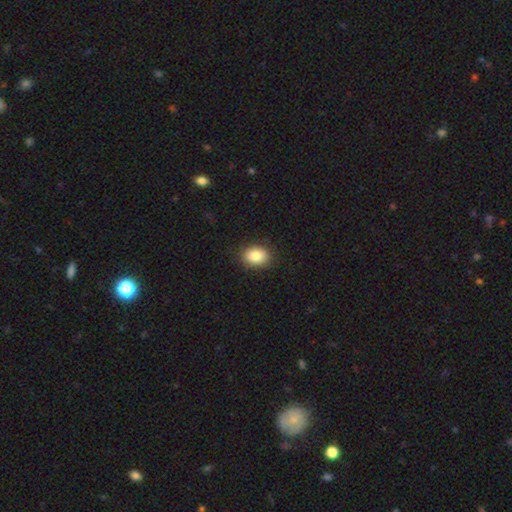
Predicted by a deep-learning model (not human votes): Morphology: type=smooth (85%); roundness=in between (62%); merging=none (88%).